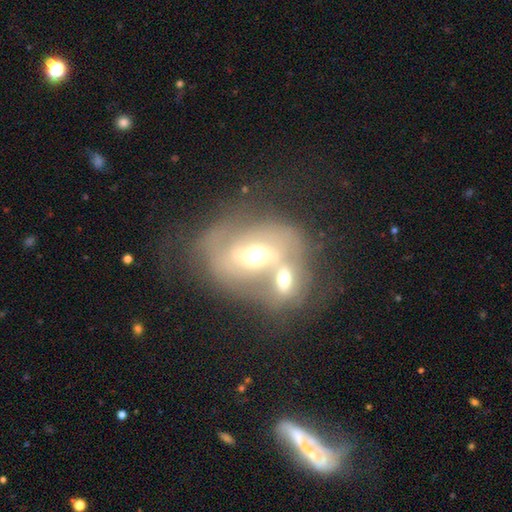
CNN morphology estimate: Smooth or featured? featured or disk (70%)
Edge-on disk? no (95%)
Bar? weak (40%)
Spiral arms? yes (76%)
Spiral winding? medium (45%)
Spiral arm count? 2 (71%)
Bulge size? moderate (70%)
Merging? merger (72%)